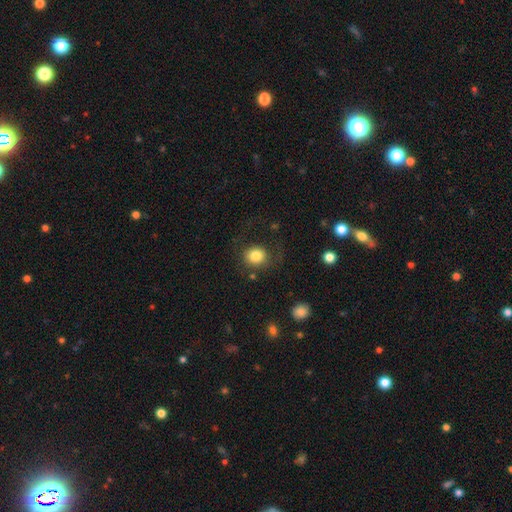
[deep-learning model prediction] Smooth or featured? Predicted: smooth (p=0.81). How rounded? Predicted: round (p=0.77). Merging? Predicted: none (p=0.71).